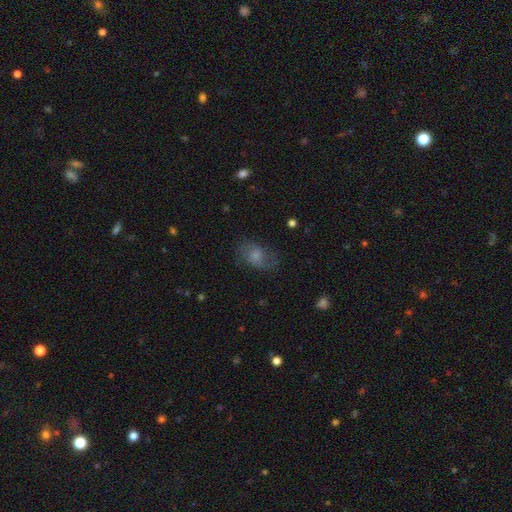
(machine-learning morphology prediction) Smooth or featured? smooth (59%)
How rounded? in between (80%)
Merging? none (61%)